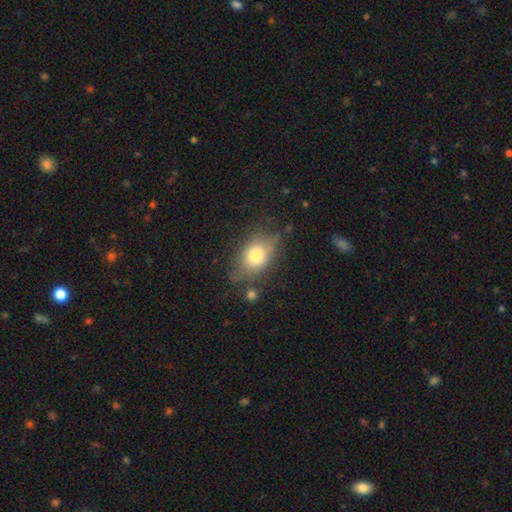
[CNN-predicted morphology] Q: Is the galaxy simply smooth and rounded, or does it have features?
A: smooth — 75%.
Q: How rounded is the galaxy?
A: in between — 77%.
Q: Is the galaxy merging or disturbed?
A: none — 66%.